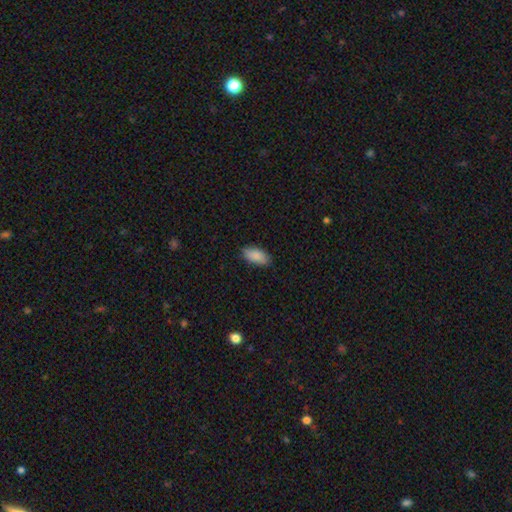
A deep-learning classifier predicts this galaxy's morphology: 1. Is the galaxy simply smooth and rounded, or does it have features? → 89% smooth, 6% star or artifact, 5% featured or disk.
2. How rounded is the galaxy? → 93% in between, 5% cigar-shaped, 2% round.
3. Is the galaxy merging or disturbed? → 85% none, 12% minor disturbance, 2% major disturbance, 1% merger.